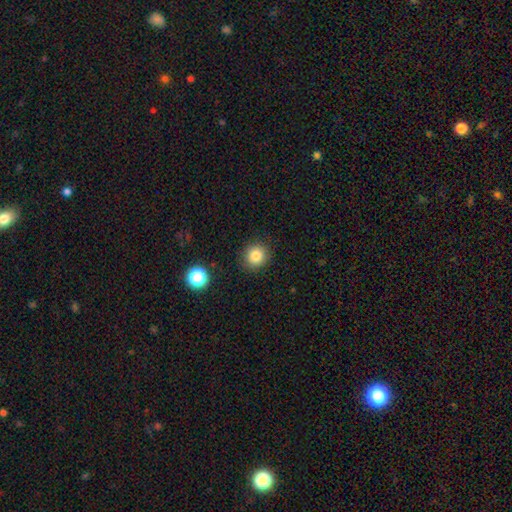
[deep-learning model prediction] smooth-or-featured: smooth: 83% | star or artifact: 11% | featured or disk: 5%
  how-rounded: round: 88% | in between: 11% | cigar-shaped: 1%
  merging: none: 89% | minor disturbance: 7% | major disturbance: 2% | merger: 1%